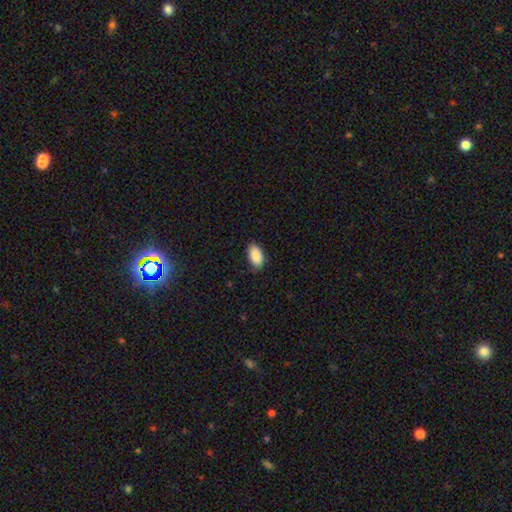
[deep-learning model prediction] Smooth or featured: smooth — 90% (star or artifact — 7%)
How rounded: in between — 94% (round — 3%)
Merging: none — 82% (minor disturbance — 14%)